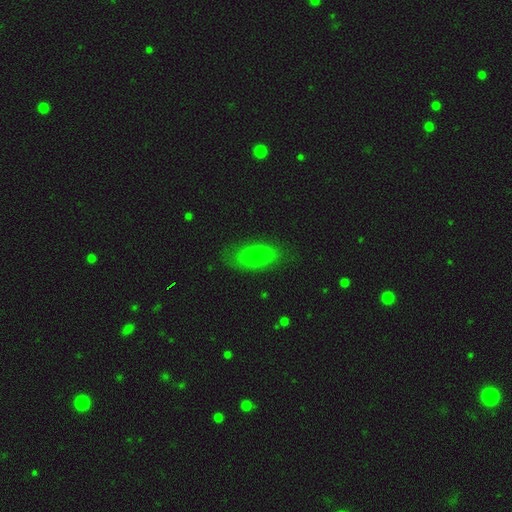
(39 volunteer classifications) Volunteers were most divided on "merging": none: 69%, minor disturbance: 28%, major disturbance: 3%, merger: 0%. More confident: how rounded — in between (97%); smooth or featured — smooth (82%).